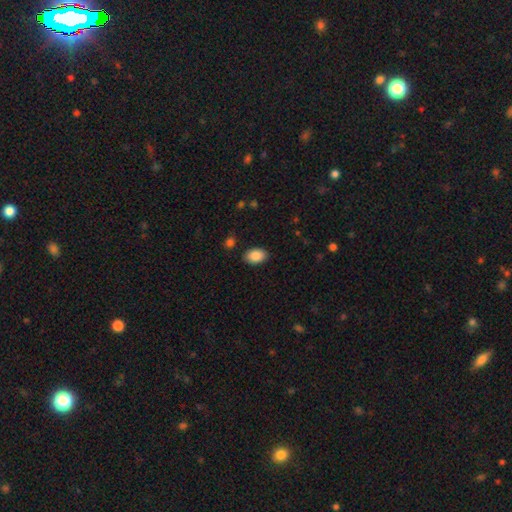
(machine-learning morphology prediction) Overall: smooth (88%). How rounded: in between (89%). Merging: none (87%).